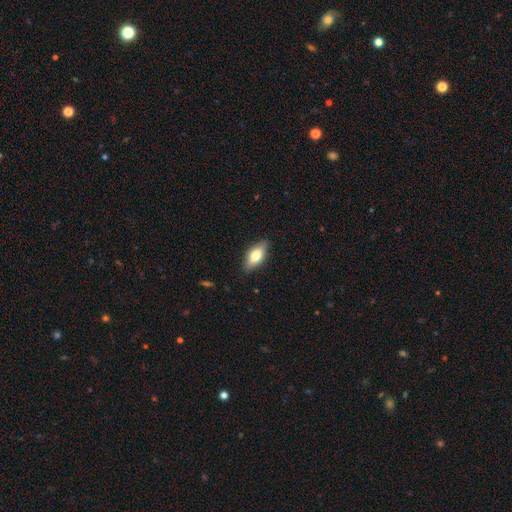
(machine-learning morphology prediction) Smooth or featured?
  - smooth: 75% *
  - featured or disk: 19%
  - star or artifact: 7%
How rounded?
  - in between: 83% *
  - cigar-shaped: 14%
  - round: 3%
Merging?
  - none: 85% *
  - minor disturbance: 11%
  - major disturbance: 2%
  - merger: 1%